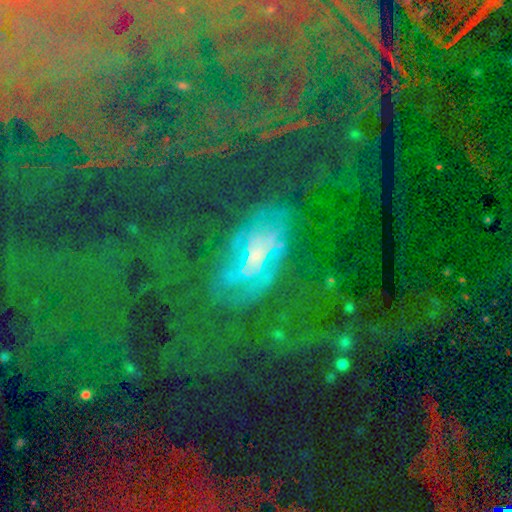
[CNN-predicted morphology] Q: Smooth or featured?
A: star or artifact (45%); runner-up: featured or disk (36%)